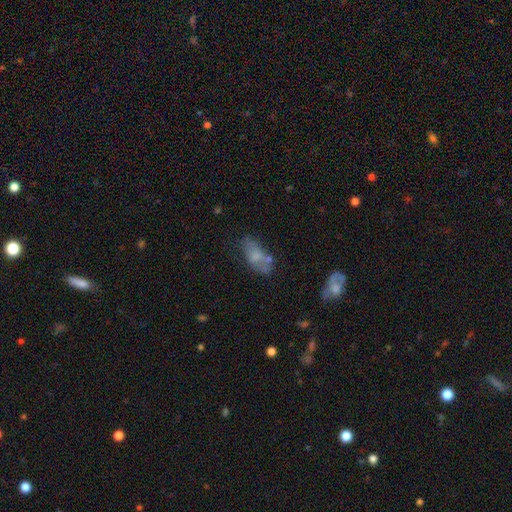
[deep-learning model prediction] A smooth galaxy with no disk features (61%) that is in between round and cigar-shaped (84%).

Vote fractions:
- Smooth or featured? smooth: 61% / featured or disk: 29% / star or artifact: 10%
- How rounded? in between: 84% / cigar-shaped: 12% / round: 4%
- Merging? none: 47% / minor disturbance: 25% / major disturbance: 15% / merger: 14%